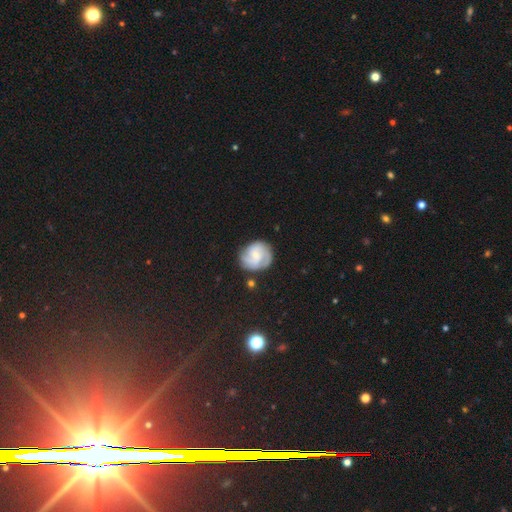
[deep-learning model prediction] Smooth or featured? Predicted: featured or disk (p=0.69). Edge-on disk? Predicted: no (p=0.98). Bar? Predicted: no (p=0.51). Spiral arms? Predicted: yes (p=0.93). Spiral winding? Predicted: tight (p=0.46). Spiral arm count? Predicted: 3 (p=0.33, tied with 2). Bulge size? Predicted: small (p=0.56). Merging? Predicted: none (p=0.71).